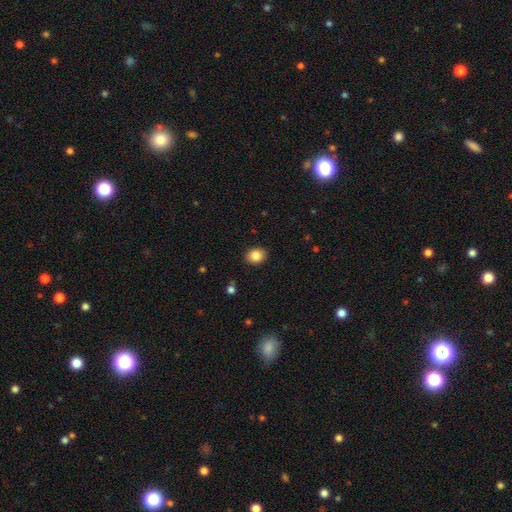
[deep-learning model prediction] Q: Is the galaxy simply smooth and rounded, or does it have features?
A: smooth — 86%.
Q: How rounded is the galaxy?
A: round — 54%.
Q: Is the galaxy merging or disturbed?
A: none — 90%.